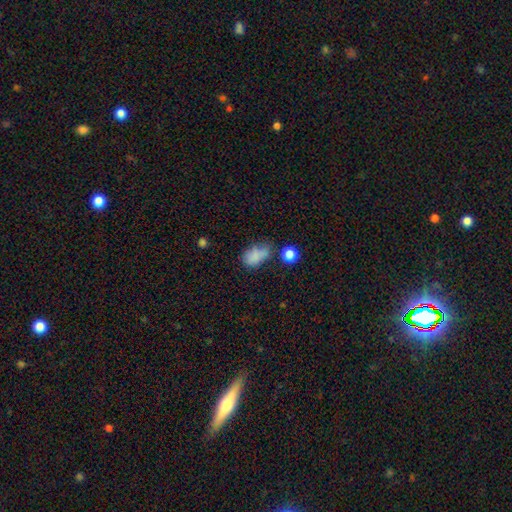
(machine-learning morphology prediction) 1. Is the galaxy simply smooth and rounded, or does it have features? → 76% smooth, 13% star or artifact, 11% featured or disk.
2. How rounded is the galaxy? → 82% in between, 16% round, 2% cigar-shaped.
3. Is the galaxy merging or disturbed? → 41% none, 30% minor disturbance, 17% major disturbance, 12% merger.